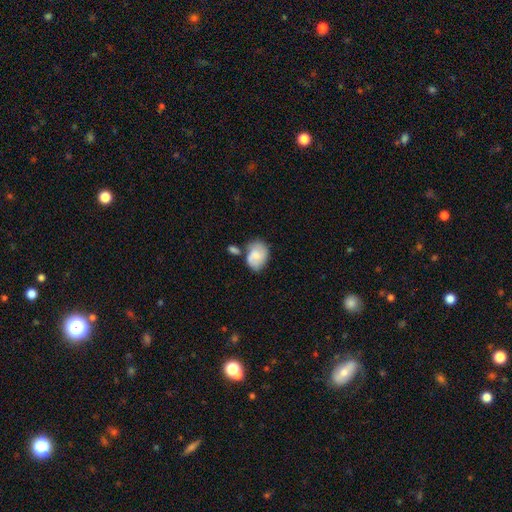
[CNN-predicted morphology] Smooth or featured? Predicted: smooth (p=0.65). How rounded? Predicted: in between (p=0.71). Merging? Predicted: none (p=0.47).